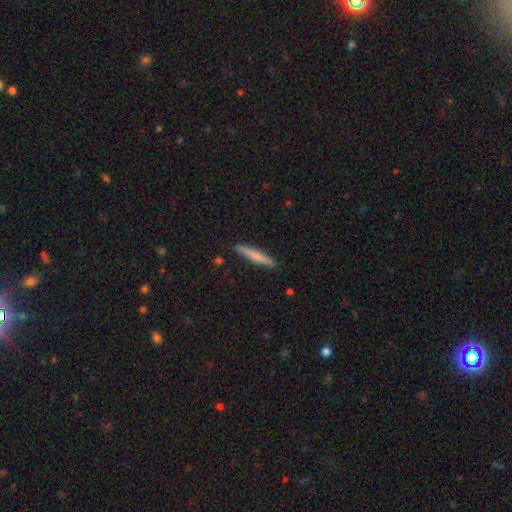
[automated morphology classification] Q: Smooth or featured?
A: smooth (65%); runner-up: featured or disk (29%)
Q: How rounded?
A: cigar-shaped (94%); runner-up: in between (4%)
Q: Merging?
A: none (90%); runner-up: minor disturbance (7%)